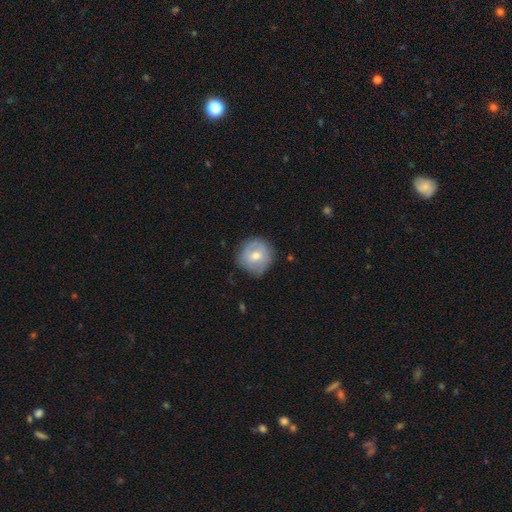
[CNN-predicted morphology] Q: Smooth or featured?
A: smooth (50%); runner-up: featured or disk (42%)
Q: How rounded?
A: round (91%); runner-up: in between (8%)
Q: Merging?
A: none (76%); runner-up: minor disturbance (19%)